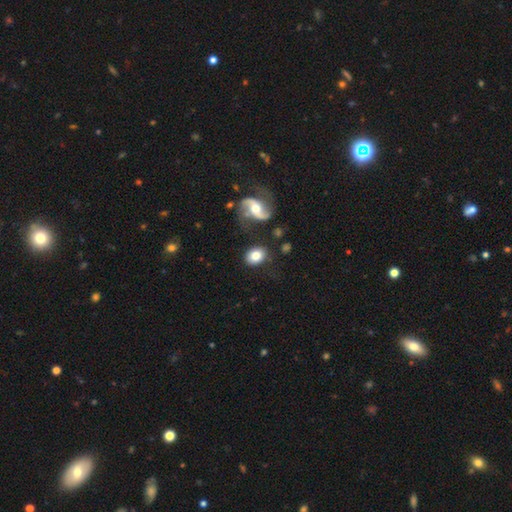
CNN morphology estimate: Smooth or featured?
  - smooth: 72% *
  - featured or disk: 21%
  - star or artifact: 8%
How rounded?
  - in between: 62% *
  - round: 37%
  - cigar-shaped: 1%
Merging?
  - none: 76% *
  - minor disturbance: 13%
  - merger: 5%
  - major disturbance: 5%